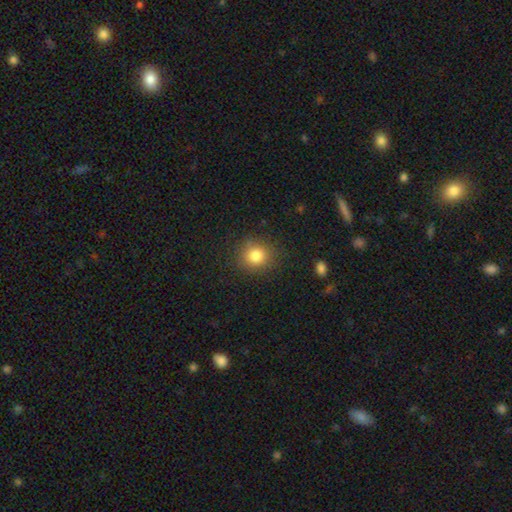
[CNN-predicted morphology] A smooth galaxy with no disk features (82%) that is round (87%). Merging: none (87%).